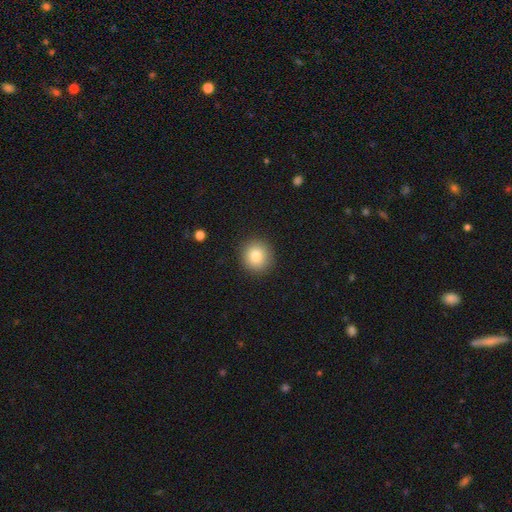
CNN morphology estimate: This appears to be a smooth galaxy with no disk features (83%) that is round (92%). Merging: none (90%).